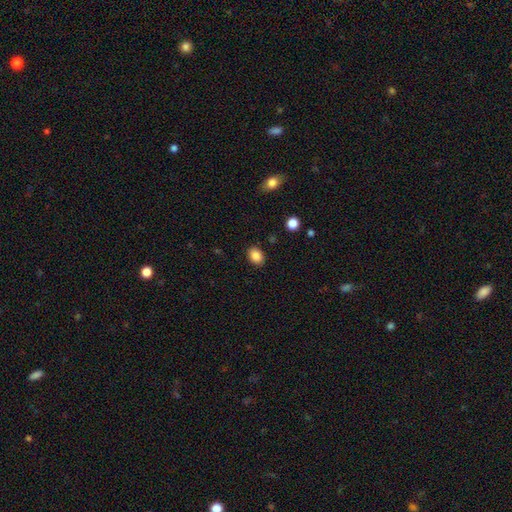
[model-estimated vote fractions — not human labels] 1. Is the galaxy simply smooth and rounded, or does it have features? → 87% smooth, 9% star or artifact, 4% featured or disk.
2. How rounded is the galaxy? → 59% in between, 40% round, 1% cigar-shaped.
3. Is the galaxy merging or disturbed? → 88% none, 9% minor disturbance, 2% major disturbance, 1% merger.